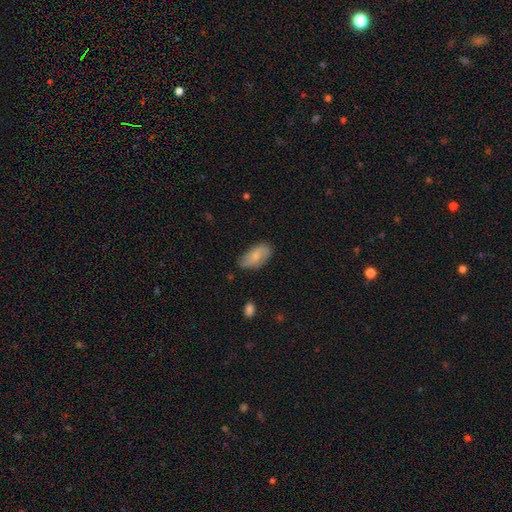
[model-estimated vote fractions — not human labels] smooth_or_featured: smooth (p=0.67) [alt: featured or disk p=0.26]
how_rounded: in between (p=0.92) [alt: cigar-shaped p=0.04]
merging: none (p=0.71) [alt: minor disturbance p=0.23]